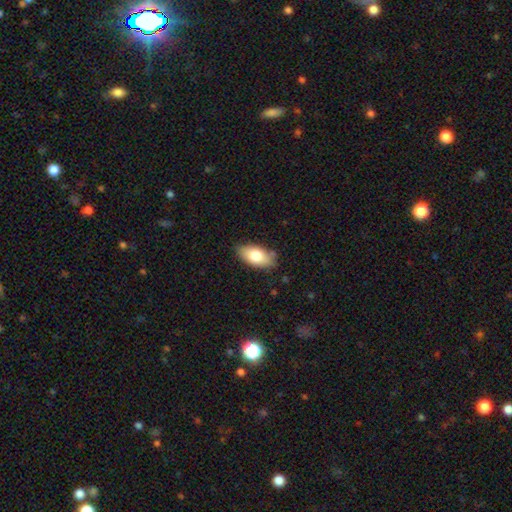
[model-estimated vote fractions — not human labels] This appears to be a smooth galaxy with no disk features (78%) that is in between round and cigar-shaped (91%). Merging: none (80%).